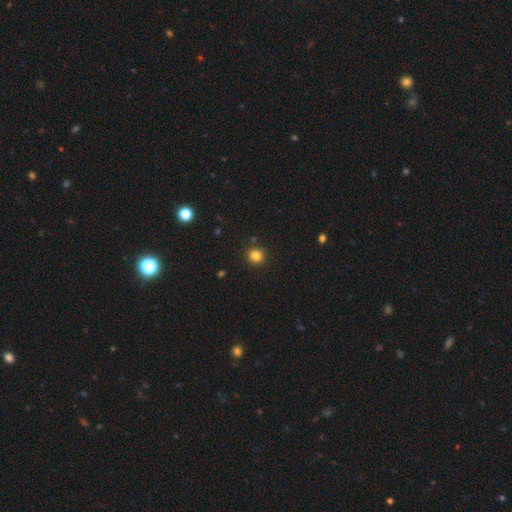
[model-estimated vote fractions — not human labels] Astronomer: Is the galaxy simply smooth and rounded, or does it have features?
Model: smooth — 82%.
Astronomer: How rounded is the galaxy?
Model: round — 89%.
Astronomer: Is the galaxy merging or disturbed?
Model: none — 91%.